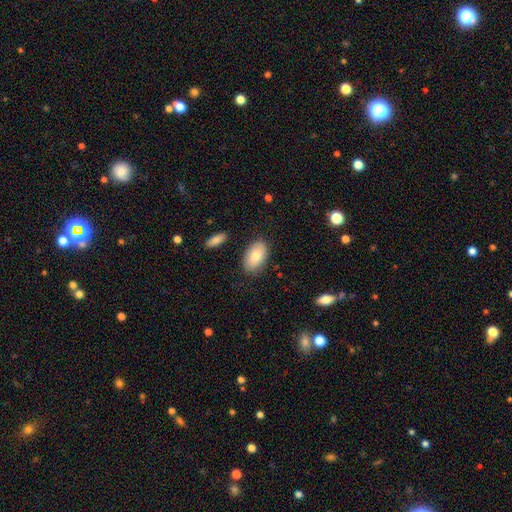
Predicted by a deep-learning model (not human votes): This is clearly a smooth galaxy (81%). How rounded: clearly in between (93%). Merging: clearly none (84%).